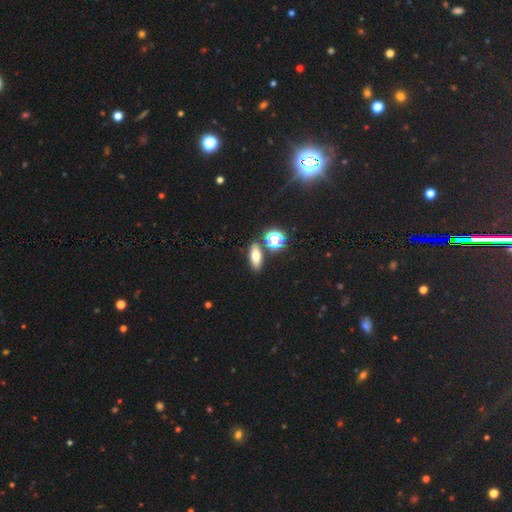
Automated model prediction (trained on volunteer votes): smooth-or-featured: smooth: 63% | star or artifact: 20% | featured or disk: 17%
  how-rounded: in between: 65% | cigar-shaped: 20% | round: 14%
  merging: none: 79% | merger: 9% | minor disturbance: 9% | major disturbance: 3%